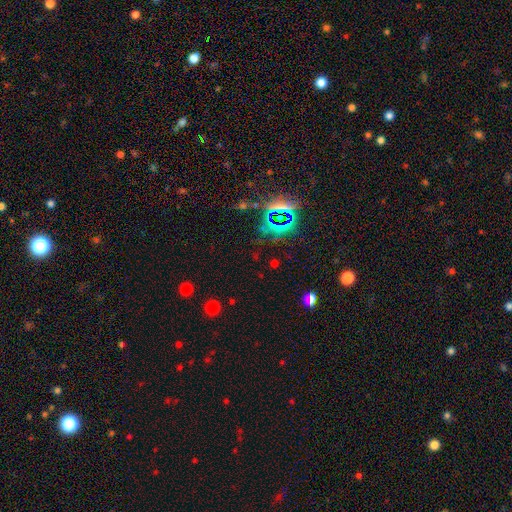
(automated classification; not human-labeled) Smooth or featured?
  - star or artifact: 71% *
  - smooth: 21%
  - featured or disk: 9%